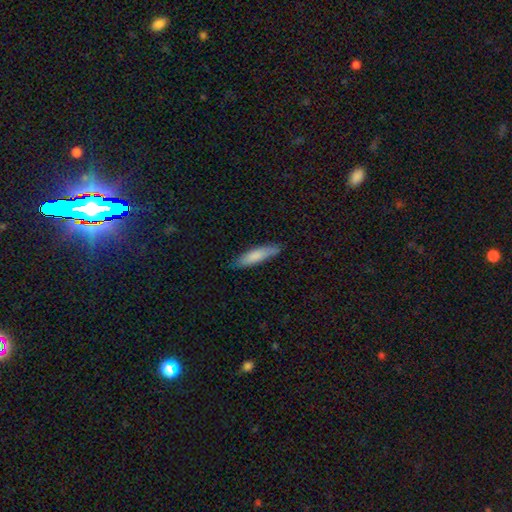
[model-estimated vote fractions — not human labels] smooth_or_featured: smooth (p=0.81) [alt: featured or disk p=0.13]
how_rounded: cigar-shaped (p=0.74) [alt: in between p=0.25]
merging: none (p=0.82) [alt: minor disturbance p=0.14]